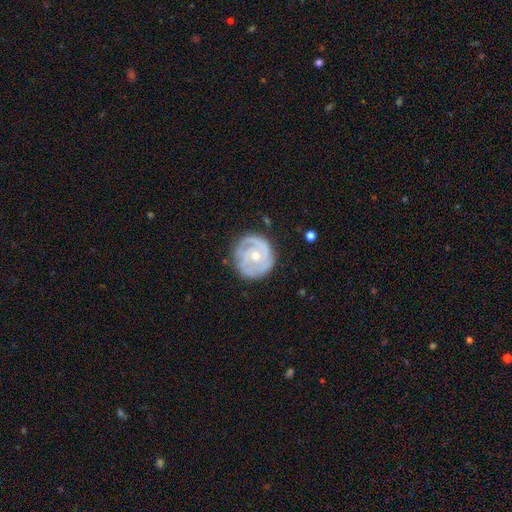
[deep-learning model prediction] featured or disk 77%, smooth 18%, star or artifact 5%. Down the decision tree: edge-on disk — no (98%); bar — no (75%); spiral arms — yes (85%); spiral arm count — 2 (33%); spiral winding — tight (64%); bulge size — moderate (56%); merging — none (76%).